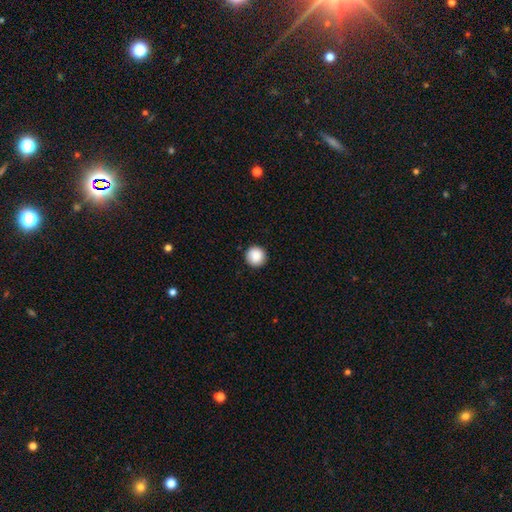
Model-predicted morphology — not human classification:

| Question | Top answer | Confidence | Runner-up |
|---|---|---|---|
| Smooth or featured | smooth | 88% | star or artifact (8%) |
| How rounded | round | 96% | in between (3%) |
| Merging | none | 91% | minor disturbance (6%) |